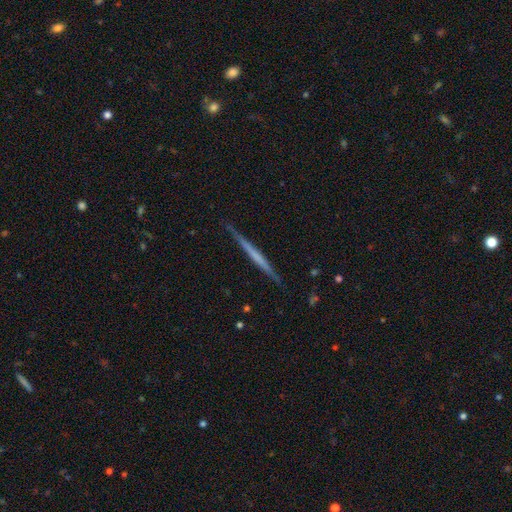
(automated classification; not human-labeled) Smooth or featured: featured or disk — 59% (smooth — 36%)
Edge-on disk: yes — 98% (no — 2%)
Edge-on bulge: none — 84% (rounded — 9%)
Merging: none — 89% (minor disturbance — 8%)